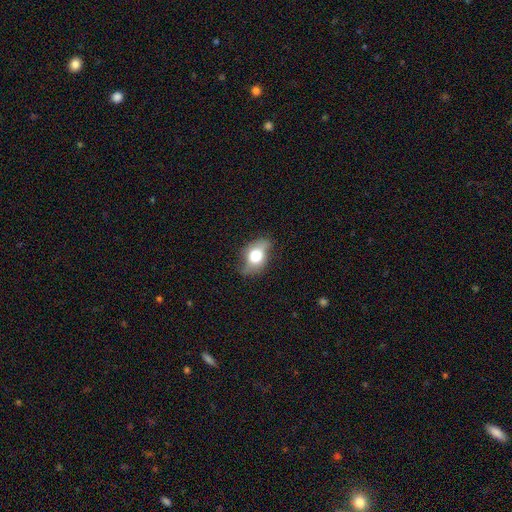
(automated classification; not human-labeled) A smooth galaxy with no disk features (55%) that is in between round and cigar-shaped (74%). Merging: none (64%).